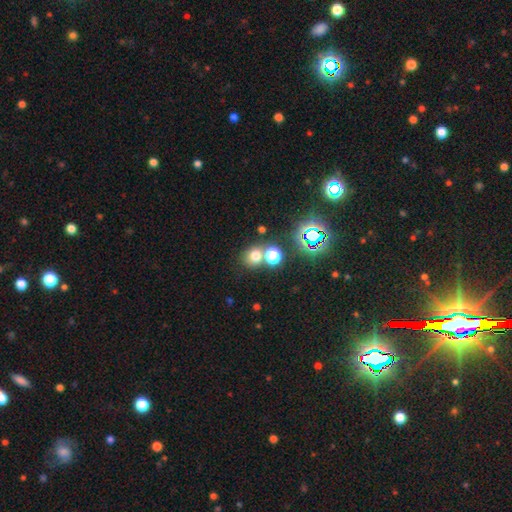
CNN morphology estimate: Smooth or featured?
  - smooth: 66% *
  - star or artifact: 26%
  - featured or disk: 8%
How rounded?
  - round: 78% *
  - in between: 21%
  - cigar-shaped: 1%
Merging?
  - none: 63% *
  - merger: 24%
  - minor disturbance: 9%
  - major disturbance: 4%